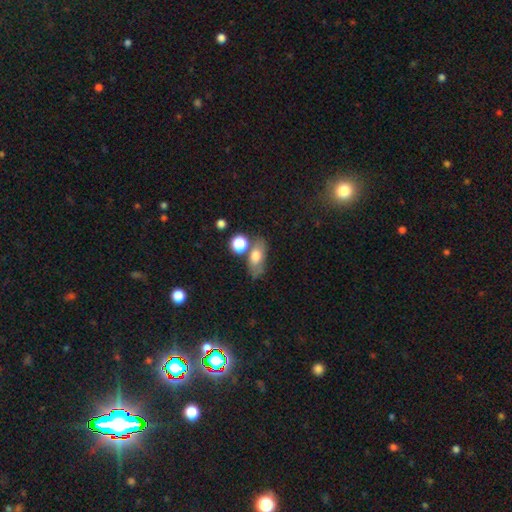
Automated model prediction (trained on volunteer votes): Smooth or featured? Predicted: smooth (p=0.70). How rounded? Predicted: in between (p=0.77). Merging? Predicted: none (p=0.59).